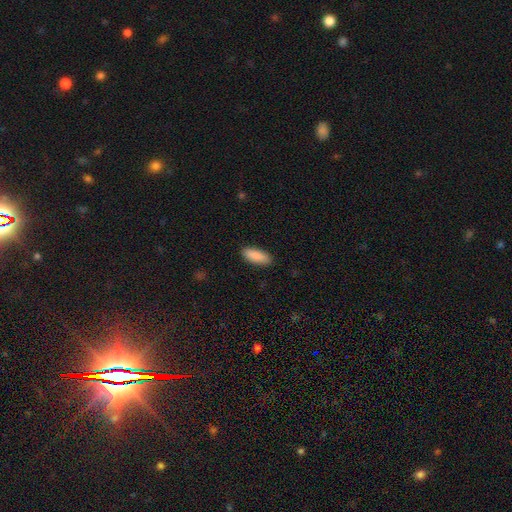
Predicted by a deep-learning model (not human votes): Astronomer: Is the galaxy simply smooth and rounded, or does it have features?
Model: smooth — 90%.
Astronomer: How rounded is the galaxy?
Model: in between — 74%.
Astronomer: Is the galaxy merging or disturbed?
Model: none — 89%.